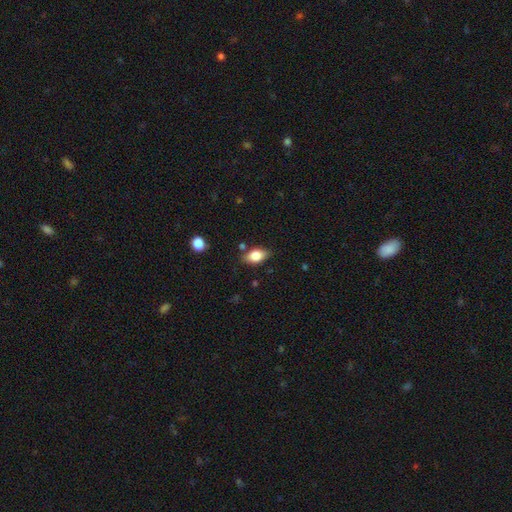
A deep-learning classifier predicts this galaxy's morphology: This is likely a smooth galaxy (76%). How rounded: clearly in between (86%). Merging: likely none (78%).